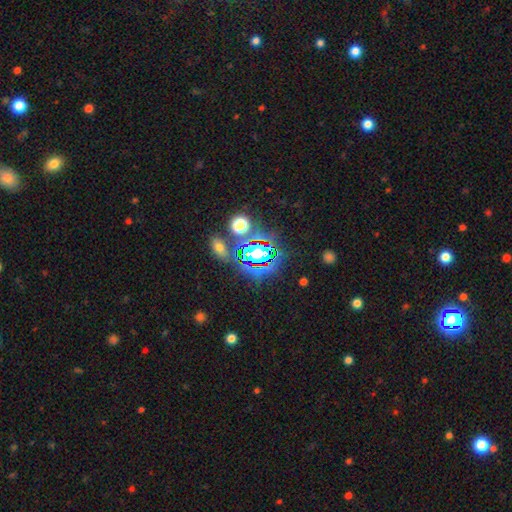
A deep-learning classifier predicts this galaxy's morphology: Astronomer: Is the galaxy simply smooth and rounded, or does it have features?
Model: star or artifact — 66%.